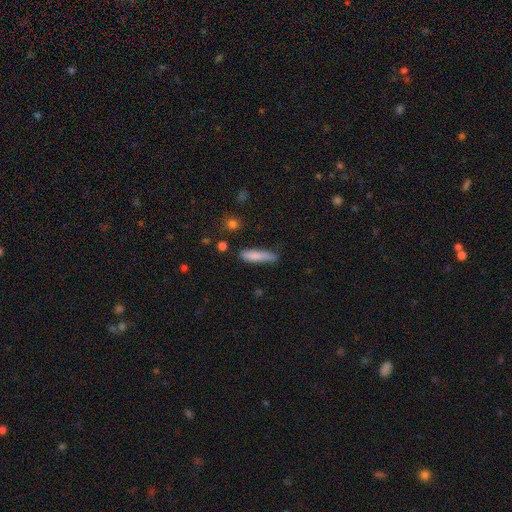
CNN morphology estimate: A smooth galaxy with no disk features (80%) that is cigar-shaped (78%).

Vote fractions:
- Smooth or featured? smooth: 80% / featured or disk: 13% / star or artifact: 7%
- How rounded? cigar-shaped: 78% / in between: 20% / round: 2%
- Merging? none: 64% / minor disturbance: 27% / major disturbance: 6% / merger: 3%